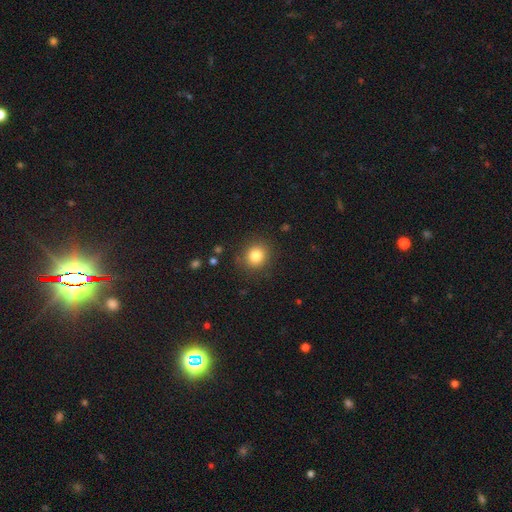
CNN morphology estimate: This appears to be a smooth galaxy with no disk features (81%) that is round (85%). Merging: none (88%).